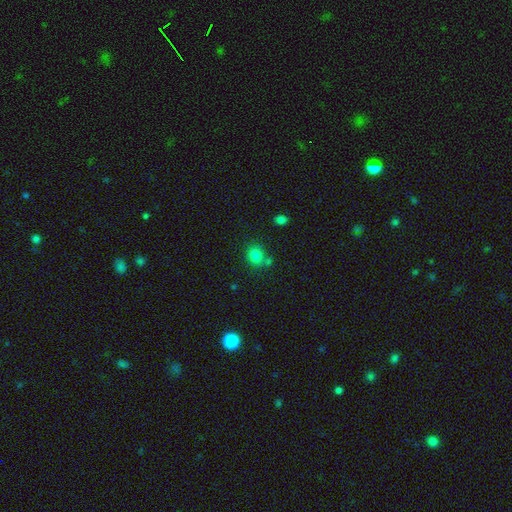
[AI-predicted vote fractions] Smooth or featured: smooth — 82% (star or artifact — 12%)
How rounded: round — 75% (in between — 24%)
Merging: none — 69% (merger — 15%)